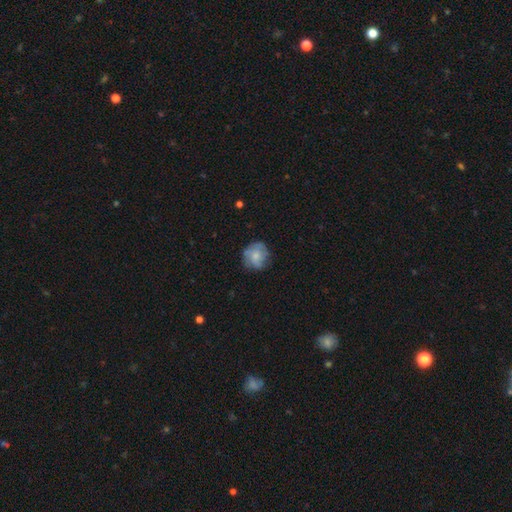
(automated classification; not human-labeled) smooth_or_featured: smooth (p=0.52) [alt: featured or disk p=0.40]
how_rounded: round (p=0.80) [alt: in between p=0.19]
merging: none (p=0.69) [alt: minor disturbance p=0.22]